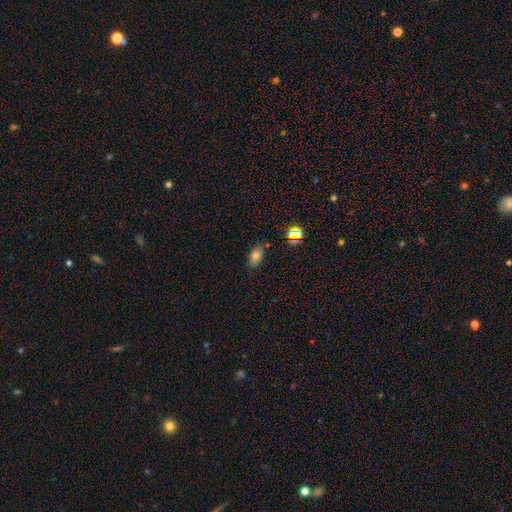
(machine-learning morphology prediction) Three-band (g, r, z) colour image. It shows a smooth galaxy with no disk features (74%) that is in between round and cigar-shaped (88%). Merging: none (80%).